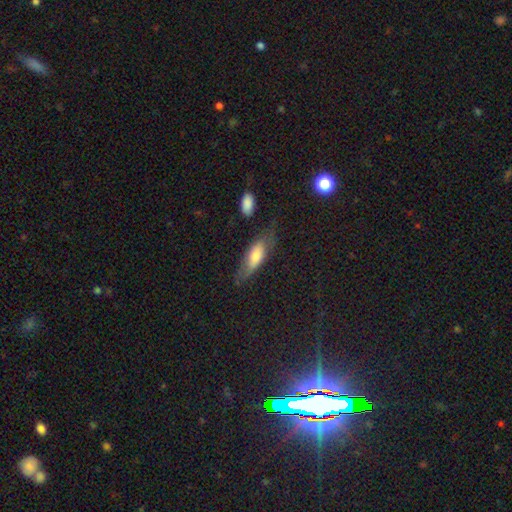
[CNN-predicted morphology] The model was most divided on "how rounded": in between: 62%, cigar-shaped: 35%, round: 3%. More confident: smooth or featured — smooth (65%); merging — none (57%).